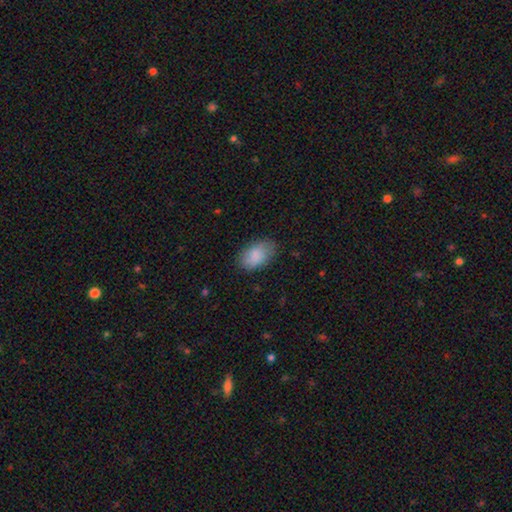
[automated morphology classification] Overall: smooth (87%). How rounded: in between (91%). Merging: none (76%).